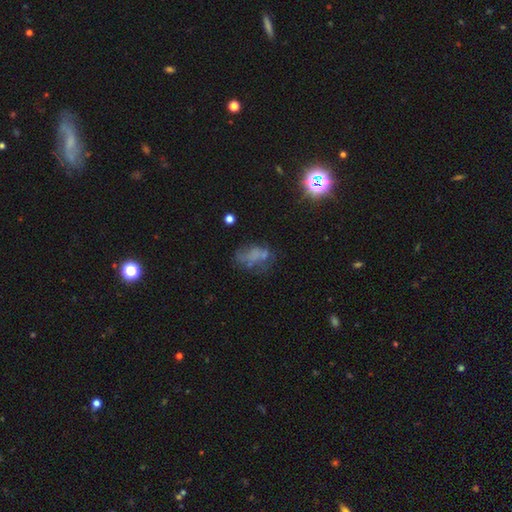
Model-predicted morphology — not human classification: Smooth or featured: featured or disk — 38% (tied with smooth — 38%)
Merging: none — 43% (major disturbance — 27%)